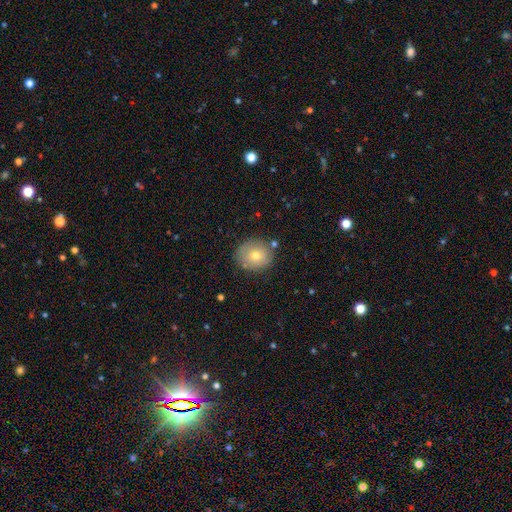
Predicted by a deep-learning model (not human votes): smooth 69%, featured or disk 20%, star or artifact 11%. Down the decision tree: how rounded — round (84%); merging — none (81%).